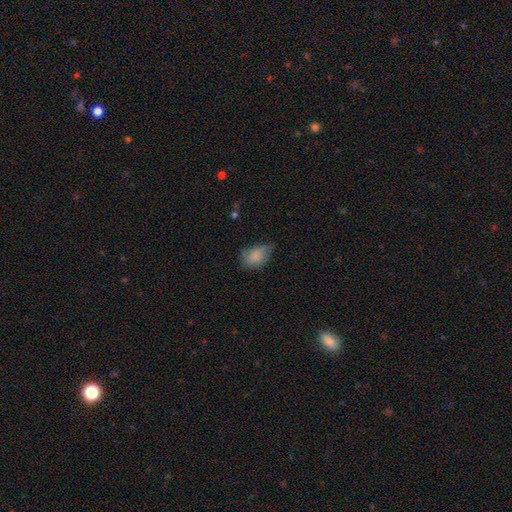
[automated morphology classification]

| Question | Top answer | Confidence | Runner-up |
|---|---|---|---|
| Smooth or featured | smooth | 79% | featured or disk (13%) |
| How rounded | in between | 85% | round (13%) |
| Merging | none | 43% | minor disturbance (41%) |